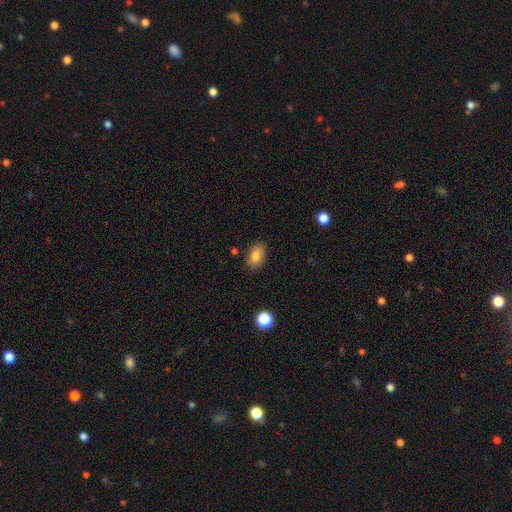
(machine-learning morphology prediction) Smooth or featured: smooth — 82% (star or artifact — 9%)
How rounded: in between — 87% (round — 11%)
Merging: none — 85% (minor disturbance — 11%)